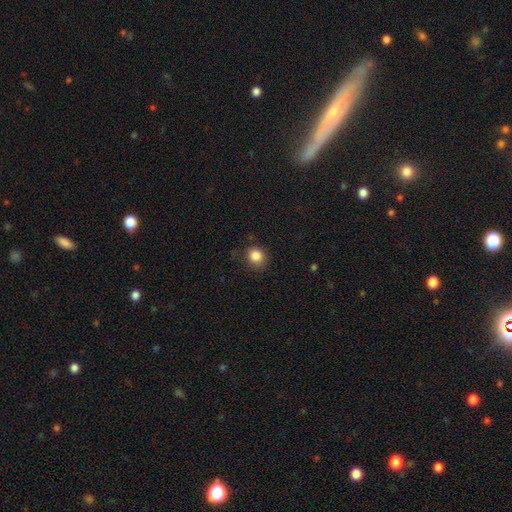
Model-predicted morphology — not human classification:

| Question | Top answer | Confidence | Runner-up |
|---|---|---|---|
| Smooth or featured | smooth | 85% | star or artifact (11%) |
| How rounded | round | 81% | in between (18%) |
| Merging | none | 80% | minor disturbance (15%) |